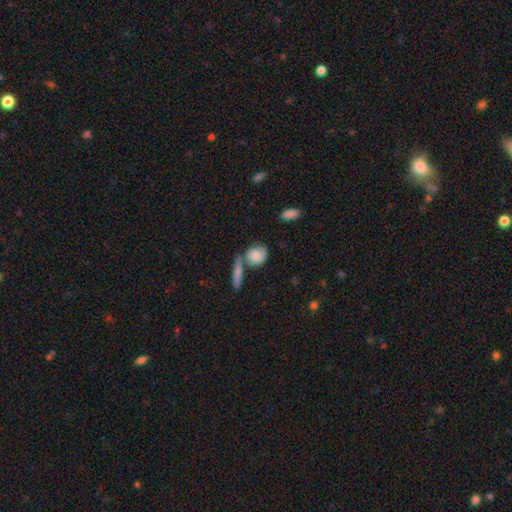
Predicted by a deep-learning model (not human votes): Smooth or featured: smooth — 70% (featured or disk — 23%)
How rounded: round — 56% (in between — 36%)
Merging: none — 49% (merger — 29%)